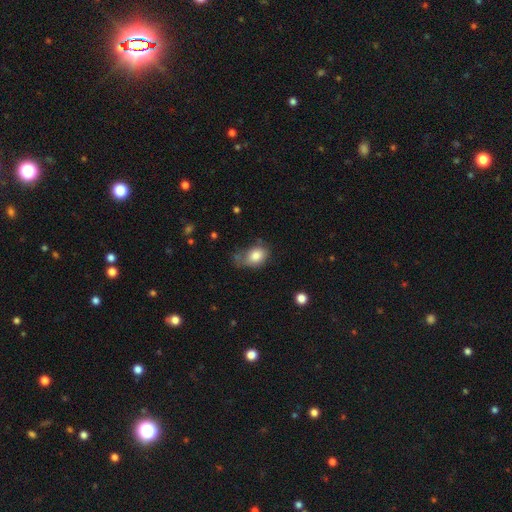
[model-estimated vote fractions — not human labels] A smooth galaxy with no disk features (81%) that is in between round and cigar-shaped (70%). Merging: none (40%).